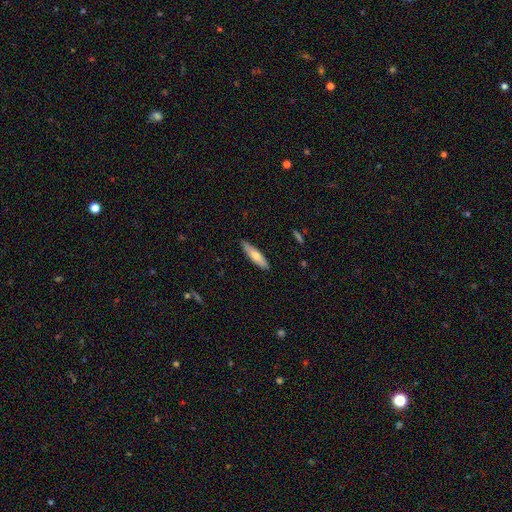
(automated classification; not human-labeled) A smooth galaxy with no disk features (66%) that is cigar-shaped (73%).

Vote fractions:
- Smooth or featured? smooth: 66% / featured or disk: 28% / star or artifact: 6%
- How rounded? cigar-shaped: 73% / in between: 25% / round: 2%
- Merging? none: 88% / minor disturbance: 9% / major disturbance: 2% / merger: 1%